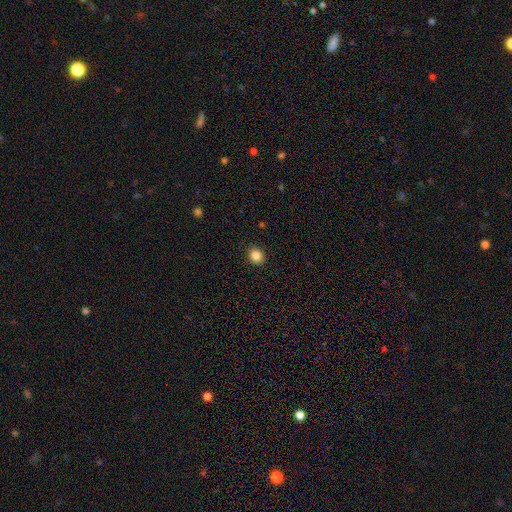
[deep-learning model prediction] A smooth galaxy with no disk features (85%) that is round (71%).

Vote fractions:
- Smooth or featured? smooth: 85% / star or artifact: 11% / featured or disk: 5%
- How rounded? round: 71% / in between: 28% / cigar-shaped: 1%
- Merging? none: 91% / minor disturbance: 6% / major disturbance: 2% / merger: 1%